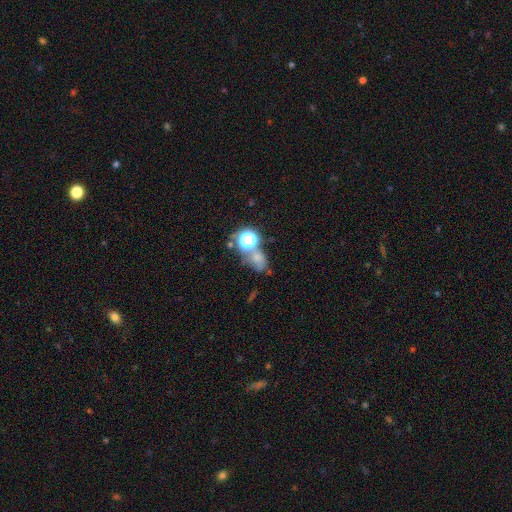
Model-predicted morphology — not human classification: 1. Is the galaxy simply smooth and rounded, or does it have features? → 53% star or artifact, 33% smooth, 15% featured or disk.